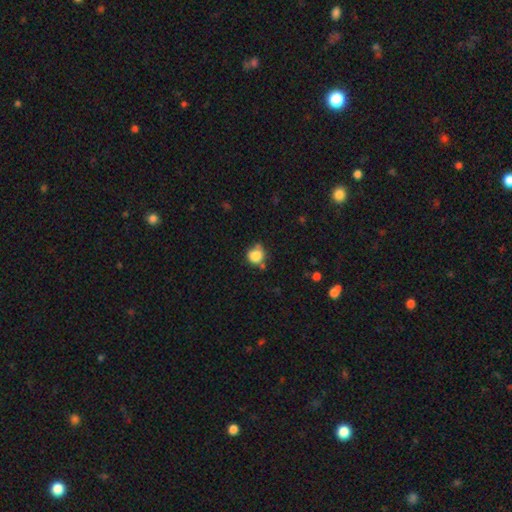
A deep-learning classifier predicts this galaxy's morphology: This is clearly a smooth galaxy (82%). How rounded: likely round (78%). Merging: possibly none (54%).